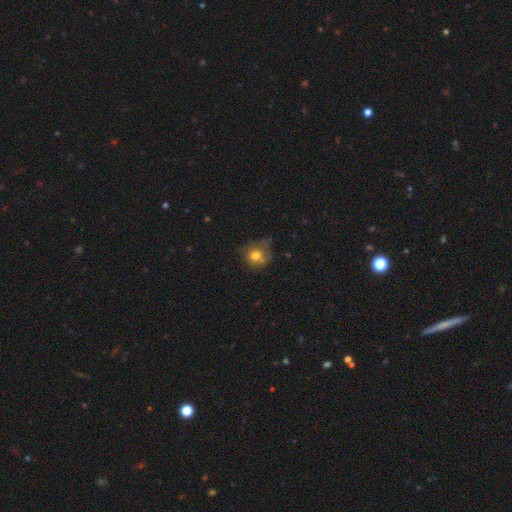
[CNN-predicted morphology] This appears to be a smooth galaxy with no disk features (74%) that is round (83%). Merging: none (56%).